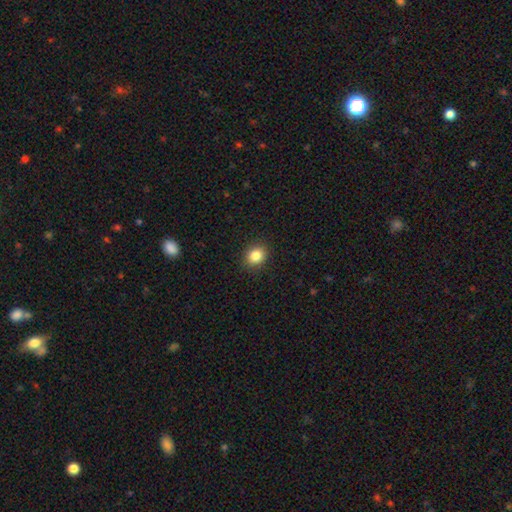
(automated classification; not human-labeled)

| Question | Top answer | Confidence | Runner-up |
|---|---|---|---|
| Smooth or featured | smooth | 84% | star or artifact (10%) |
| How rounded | round | 65% | in between (35%) |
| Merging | none | 90% | minor disturbance (7%) |